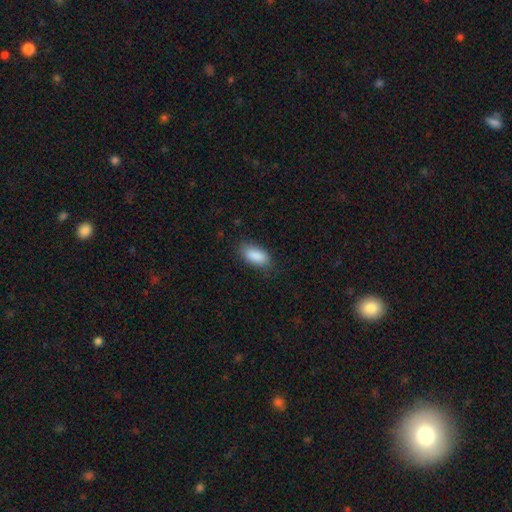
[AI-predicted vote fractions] Morphology: type=smooth (89%); roundness=in between (91%); merging=none (79%).